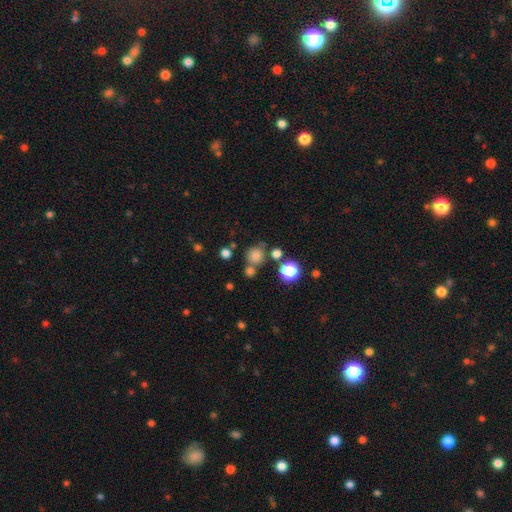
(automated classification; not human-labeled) A smooth galaxy with no disk features (75%) that is round (89%).

Vote fractions:
- Smooth or featured? smooth: 75% / star or artifact: 18% / featured or disk: 7%
- How rounded? round: 89% / in between: 10% / cigar-shaped: 1%
- Merging? none: 65% / merger: 19% / minor disturbance: 11% / major disturbance: 5%